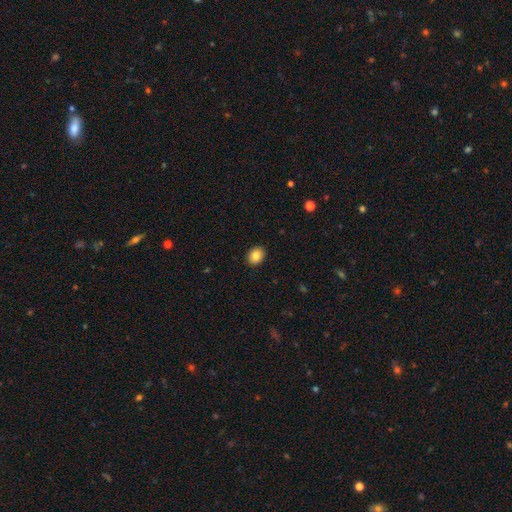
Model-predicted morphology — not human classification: Smooth or featured?
  - smooth: 86% *
  - star or artifact: 9%
  - featured or disk: 5%
How rounded?
  - round: 55% *
  - in between: 44%
  - cigar-shaped: 1%
Merging?
  - none: 91% *
  - minor disturbance: 7%
  - major disturbance: 2%
  - merger: 1%